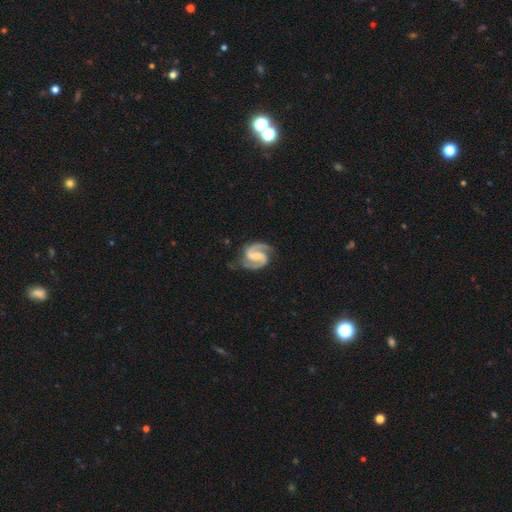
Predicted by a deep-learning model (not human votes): Smooth or featured? Predicted: featured or disk (p=0.93). Edge-on disk? Predicted: no (p=0.98). Bar? Predicted: weak (p=0.45). Spiral arms? Predicted: yes (p=0.98). Spiral winding? Predicted: medium (p=0.60). Spiral arm count? Predicted: 2 (p=0.94). Bulge size? Predicted: none (p=0.38). Merging? Predicted: none (p=0.78).